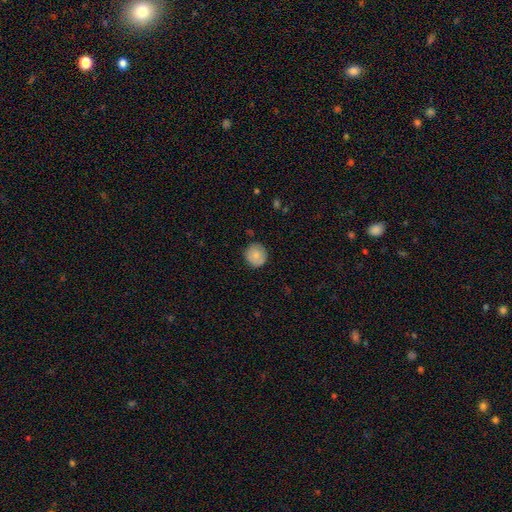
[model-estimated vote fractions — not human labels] This is likely a smooth galaxy (80%). How rounded: clearly round (92%). Merging: clearly none (86%).